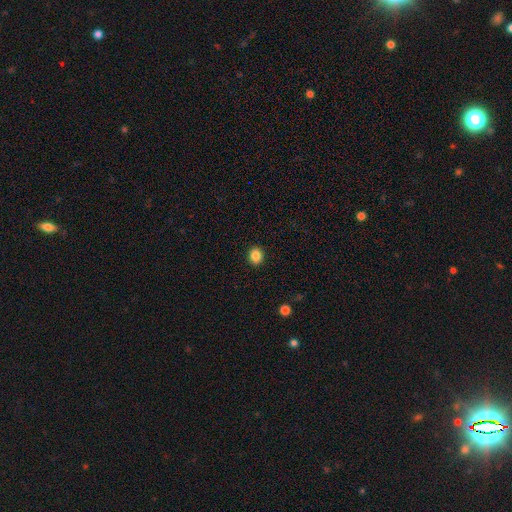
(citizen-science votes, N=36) Smooth or featured? smooth (94%)
How rounded? round (82%)
Merging? none (94%)